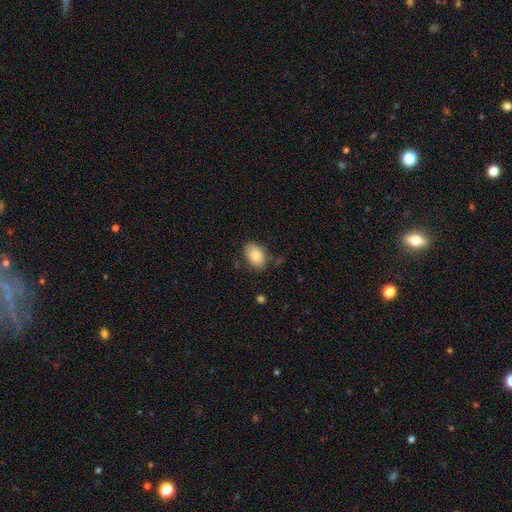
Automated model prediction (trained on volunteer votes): Overall: smooth (83%). How rounded: in between (83%). Merging: none (77%).